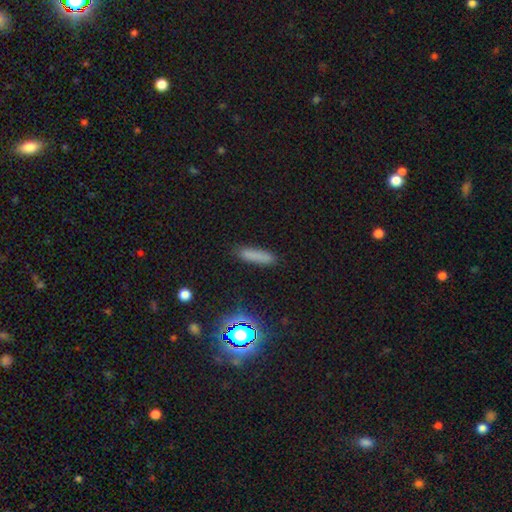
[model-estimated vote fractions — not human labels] smooth_or_featured: smooth (p=0.77) [alt: star or artifact p=0.14]
how_rounded: cigar-shaped (p=0.80) [alt: in between p=0.17]
merging: none (p=0.85) [alt: minor disturbance p=0.11]